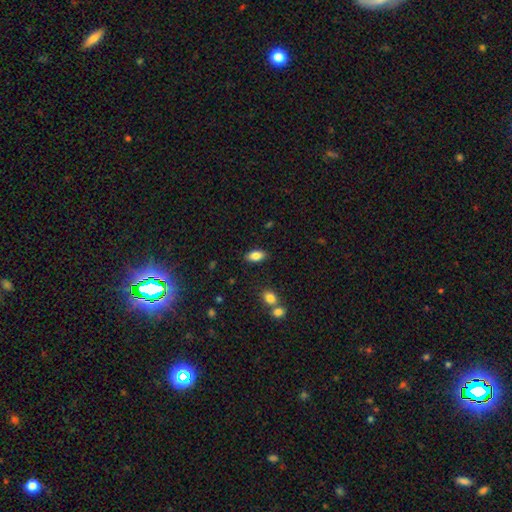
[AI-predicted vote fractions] Overall: smooth (85%). How rounded: in between (90%). Merging: none (86%).